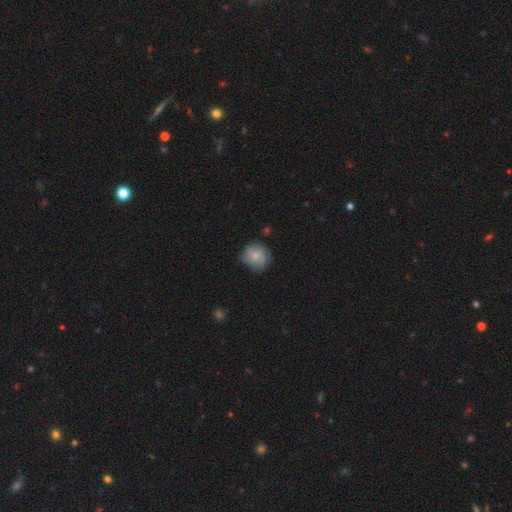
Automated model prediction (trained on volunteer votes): This appears to be a smooth galaxy with no disk features (65%) that is round (84%). Merging: none (72%).